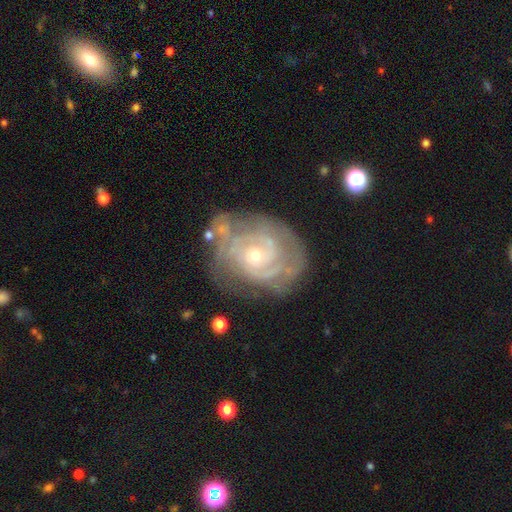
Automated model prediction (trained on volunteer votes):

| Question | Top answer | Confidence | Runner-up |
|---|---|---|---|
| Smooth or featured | featured or disk | 86% | smooth (8%) |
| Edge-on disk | no | 97% | yes (3%) |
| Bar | no | 72% | weak (23%) |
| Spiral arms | yes | 94% | no (6%) |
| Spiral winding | tight | 70% | medium (25%) |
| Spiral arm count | can't tell | 33% | 2 (30%) |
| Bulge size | small | 64% | moderate (33%) |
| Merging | none | 65% | minor disturbance (21%) |